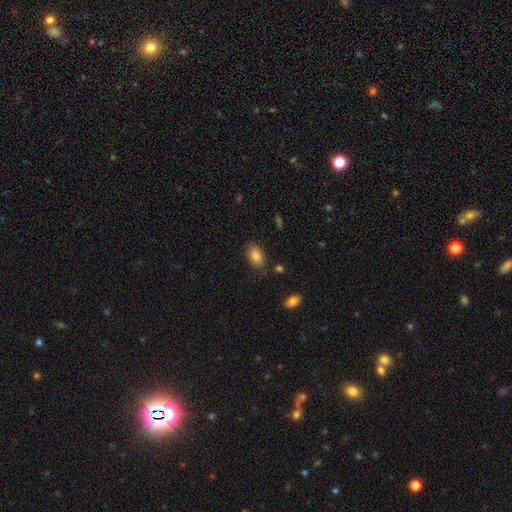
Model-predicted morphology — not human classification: type=smooth (86%); roundness=in between (88%); merging=none (82%).